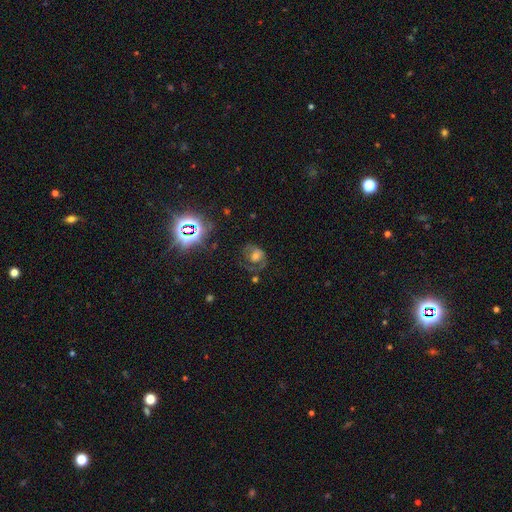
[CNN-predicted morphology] Q: Smooth or featured?
A: featured or disk (43%); runner-up: smooth (37%)
Q: Merging?
A: none (45%); runner-up: major disturbance (30%)